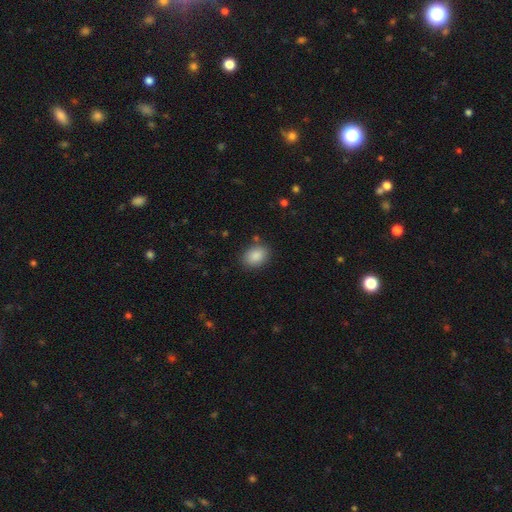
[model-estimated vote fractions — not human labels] smooth_or_featured: smooth (p=0.88) [alt: star or artifact p=0.08]
how_rounded: in between (p=0.71) [alt: round p=0.28]
merging: none (p=0.83) [alt: minor disturbance p=0.11]